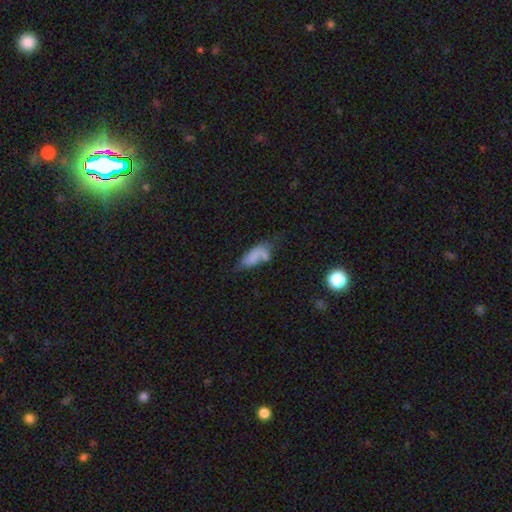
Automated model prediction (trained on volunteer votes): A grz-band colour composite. It shows a smooth galaxy with no disk features (70%) that is in between round and cigar-shaped (79%). Merging: none (35%).